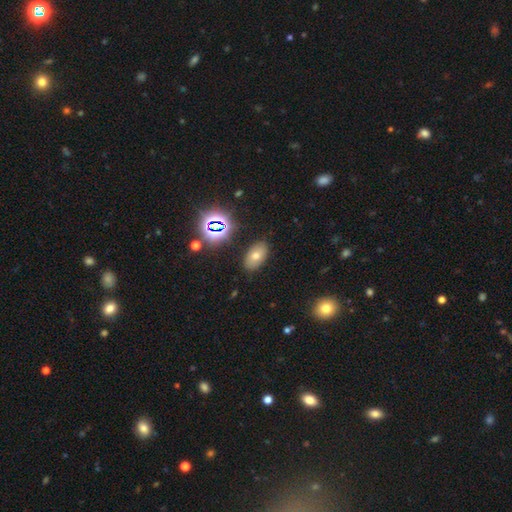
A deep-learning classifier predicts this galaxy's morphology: Overall: smooth (59%; star or artifact 25%). How rounded: in between (88%). Merging: none (86%).